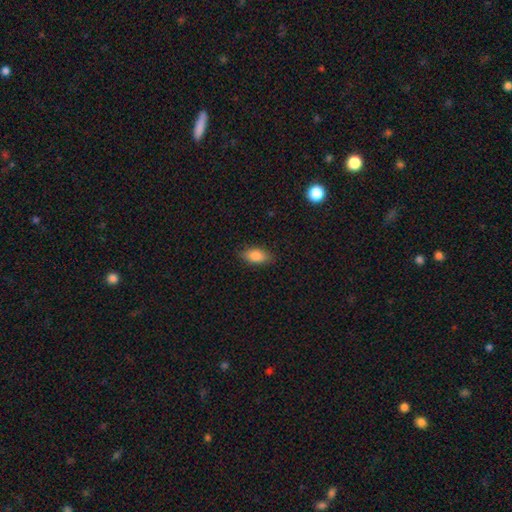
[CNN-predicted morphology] Overall: smooth (85%). How rounded: in between (87%). Merging: none (84%).